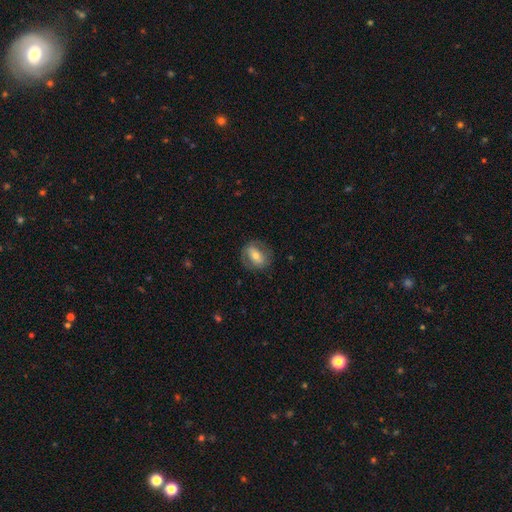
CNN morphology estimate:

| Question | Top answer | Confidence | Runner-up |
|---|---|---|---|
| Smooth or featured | smooth | 48% | featured or disk (45%) |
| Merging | none | 74% | minor disturbance (16%) |